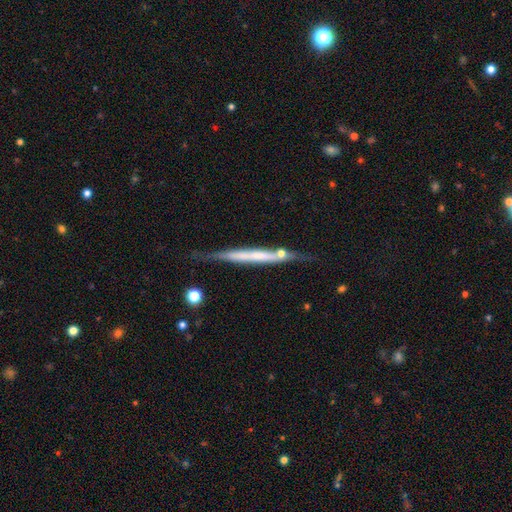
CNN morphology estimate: Smooth or featured? Predicted: featured or disk (p=0.62). Edge-on disk? Predicted: yes (p=0.95). Edge-on bulge? Predicted: none (p=0.73). Merging? Predicted: none (p=0.71).